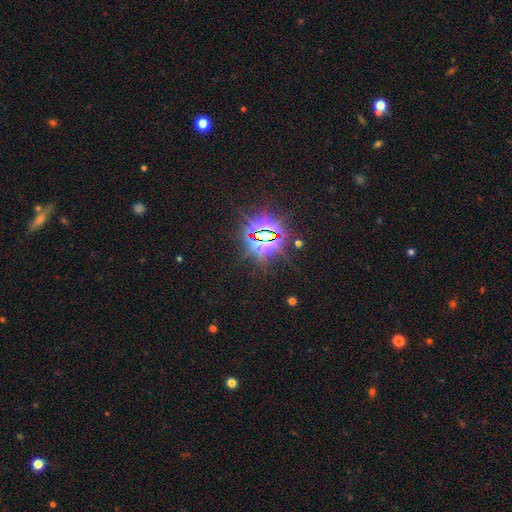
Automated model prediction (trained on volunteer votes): Smooth or featured? Predicted: star or artifact (p=0.83).